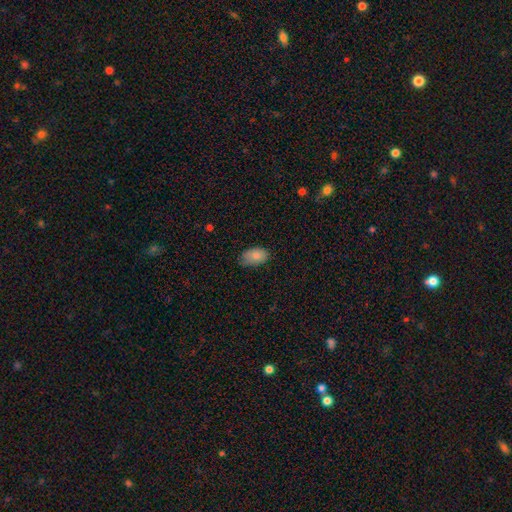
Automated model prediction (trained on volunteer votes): smooth_or_featured: smooth (p=0.84) [alt: featured or disk p=0.09]
how_rounded: in between (p=0.93) [alt: round p=0.06]
merging: none (p=0.68) [alt: minor disturbance p=0.27]